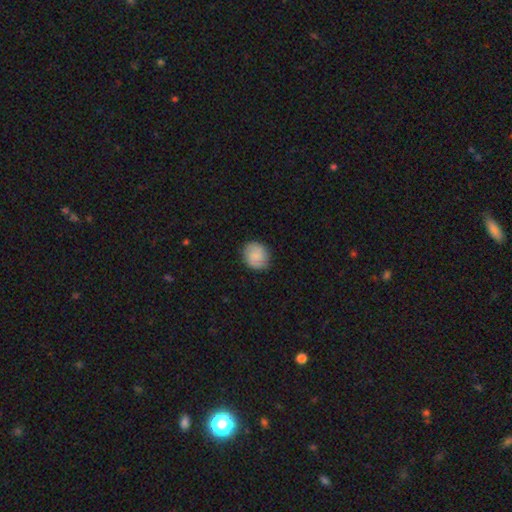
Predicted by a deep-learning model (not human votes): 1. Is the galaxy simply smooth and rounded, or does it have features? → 81% smooth, 12% featured or disk, 7% star or artifact.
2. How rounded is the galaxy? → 77% round, 22% in between, 1% cigar-shaped.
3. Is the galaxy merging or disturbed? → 86% none, 11% minor disturbance, 2% major disturbance, 1% merger.